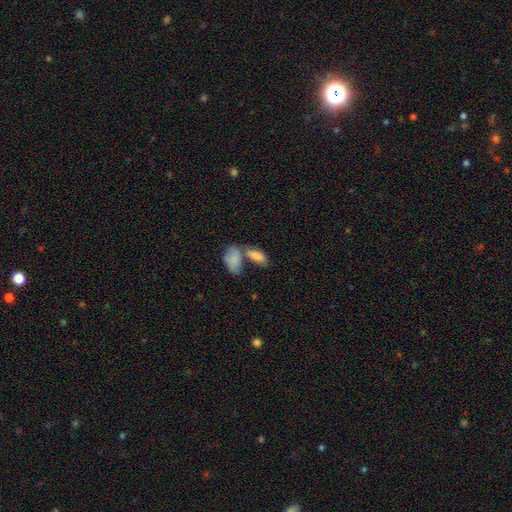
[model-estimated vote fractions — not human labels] Smooth or featured? smooth (76%)
How rounded? in between (88%)
Merging? merger (47%)